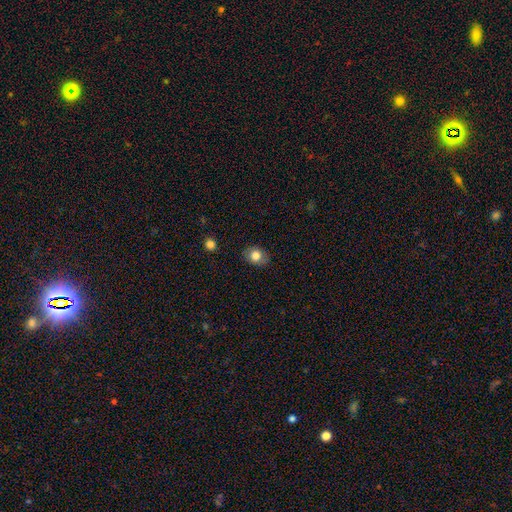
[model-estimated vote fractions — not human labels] Smooth or featured? smooth (80%)
How rounded? in between (57%)
Merging? none (84%)